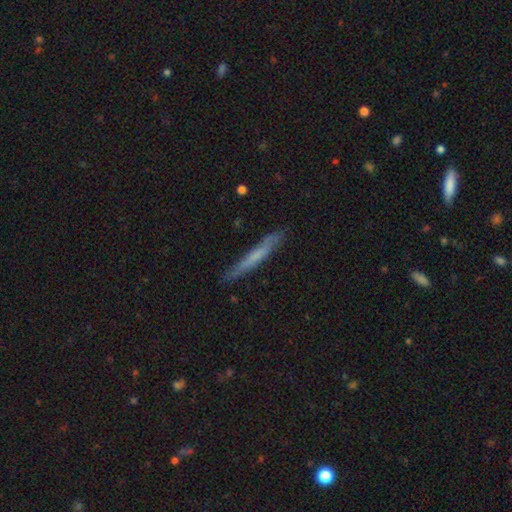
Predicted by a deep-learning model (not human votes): A smooth galaxy with no disk features (54%) that is cigar-shaped (96%).

Vote fractions:
- Smooth or featured? smooth: 54% / featured or disk: 40% / star or artifact: 6%
- How rounded? cigar-shaped: 96% / in between: 2% / round: 1%
- Merging? none: 86% / minor disturbance: 11% / major disturbance: 2% / merger: 1%